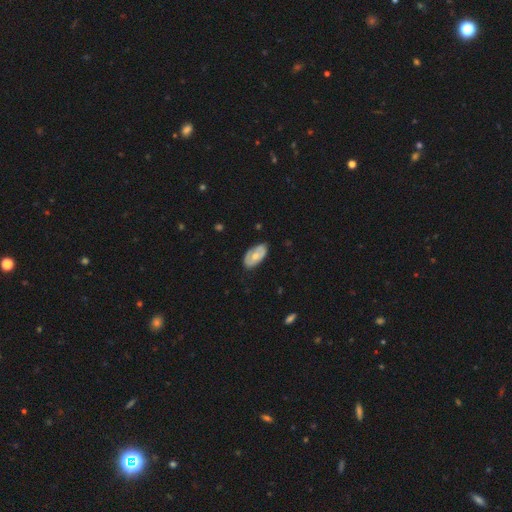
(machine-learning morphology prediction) A featured or disk galaxy (47%, tied with smooth).

Vote fractions:
- Smooth or featured? featured or disk: 47% (tied) / smooth: 47% (tied) / star or artifact: 6%
- Merging? none: 79% / minor disturbance: 17% / major disturbance: 3% / merger: 1%